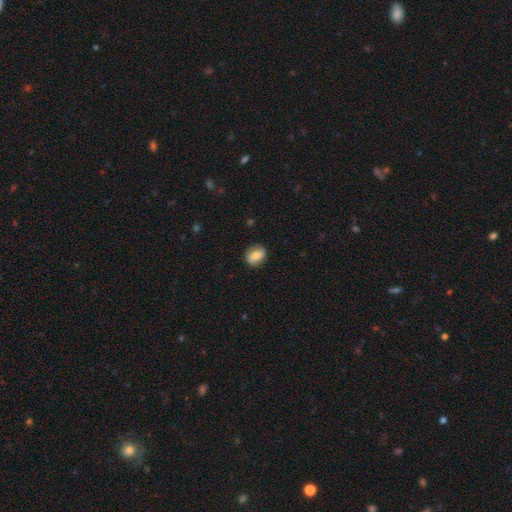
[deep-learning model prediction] This is likely a smooth galaxy (68%). How rounded: possibly in between (54%). Merging: clearly none (83%).